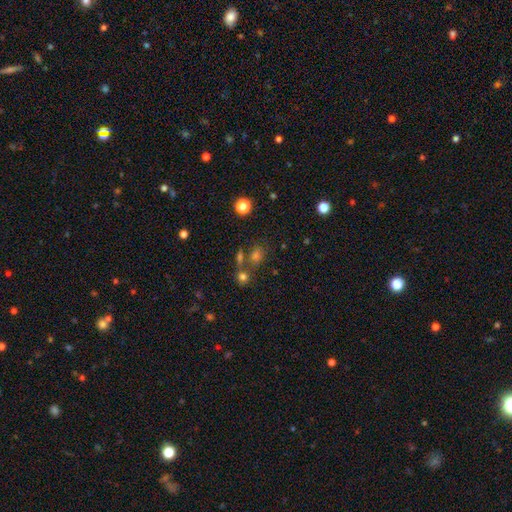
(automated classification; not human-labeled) A smooth galaxy with no disk features (61%) that is round (51%). Merging: none (57%).